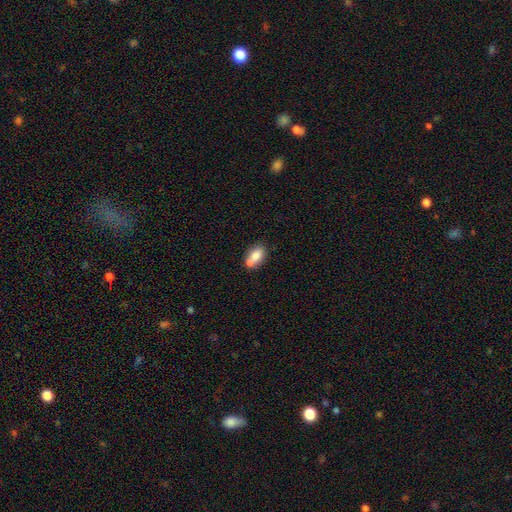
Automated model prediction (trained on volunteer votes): Q: Smooth or featured?
A: smooth (75%); runner-up: featured or disk (17%)
Q: How rounded?
A: in between (84%); runner-up: round (13%)
Q: Merging?
A: none (42%); runner-up: merger (39%)